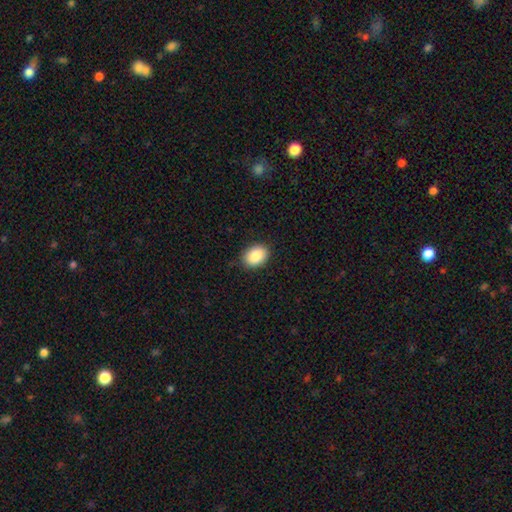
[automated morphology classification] Overall: smooth (87%). How rounded: in between (74%). Merging: none (86%).